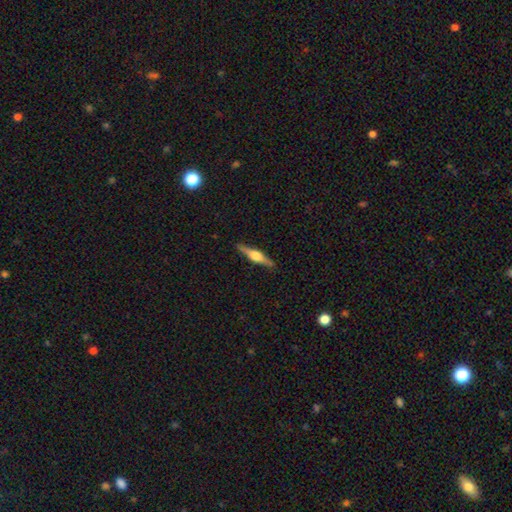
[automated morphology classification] A featured or disk galaxy (70%) viewed edge-on (98%) with a rounded central bulge (91%). Merging: none (90%).